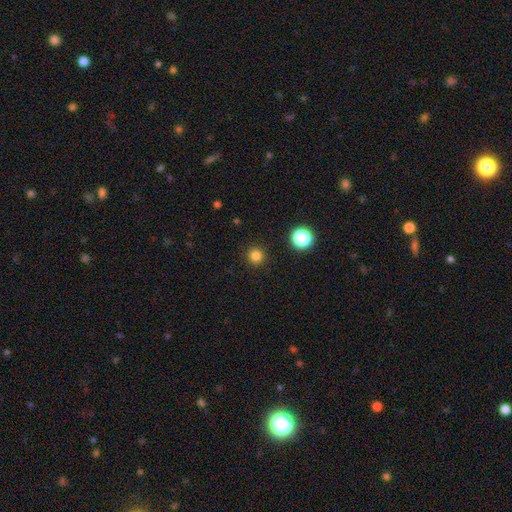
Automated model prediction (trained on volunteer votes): smooth 80%, star or artifact 15%, featured or disk 4%. Down the decision tree: how rounded — round (95%); merging — none (92%).